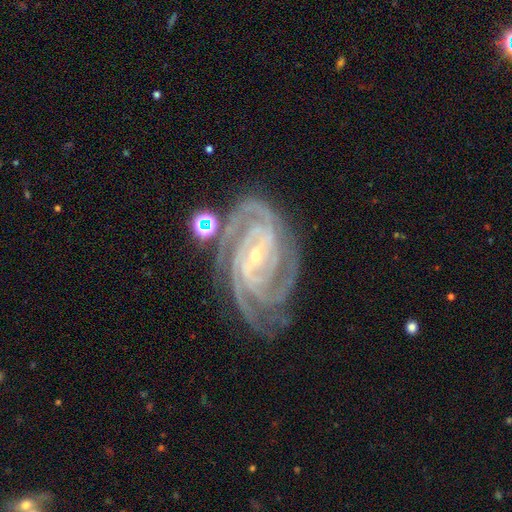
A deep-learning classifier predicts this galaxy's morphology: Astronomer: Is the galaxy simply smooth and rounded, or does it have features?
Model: featured or disk — 92%.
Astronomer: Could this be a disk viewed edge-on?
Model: no — 97%.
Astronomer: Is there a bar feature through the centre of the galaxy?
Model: strong — 39% (runner-up: weak, 38%).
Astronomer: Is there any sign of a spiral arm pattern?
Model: yes — 99%.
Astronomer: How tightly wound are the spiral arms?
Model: tight — 76%.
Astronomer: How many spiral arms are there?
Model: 4 — 42% (runner-up: 3, 25%).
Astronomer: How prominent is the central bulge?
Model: small — 78%.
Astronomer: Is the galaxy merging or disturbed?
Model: none — 71%.